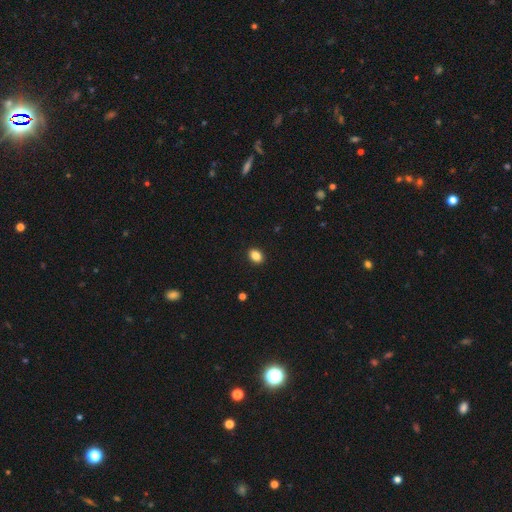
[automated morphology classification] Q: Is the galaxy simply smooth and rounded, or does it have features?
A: smooth — 87%.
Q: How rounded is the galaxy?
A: in between — 64%.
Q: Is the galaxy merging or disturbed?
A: none — 92%.